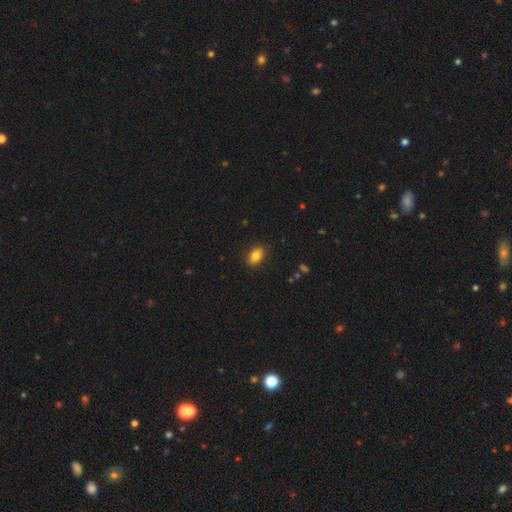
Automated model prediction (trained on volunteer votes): Q: Smooth or featured?
A: smooth (83%); runner-up: featured or disk (9%)
Q: How rounded?
A: in between (87%); runner-up: round (10%)
Q: Merging?
A: none (86%); runner-up: minor disturbance (10%)